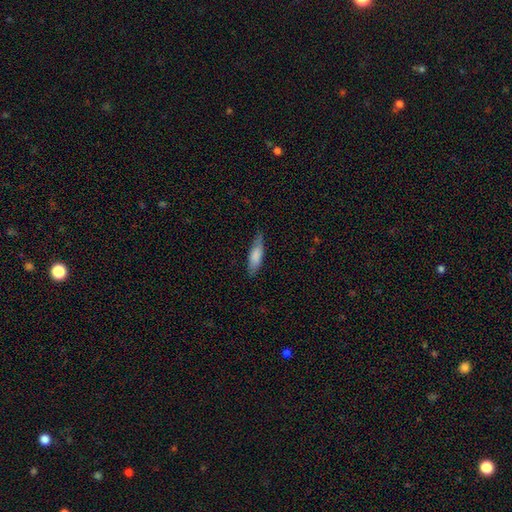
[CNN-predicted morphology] Overall: smooth (80%). How rounded: cigar-shaped (52%; in between 47%). Merging: none (76%).